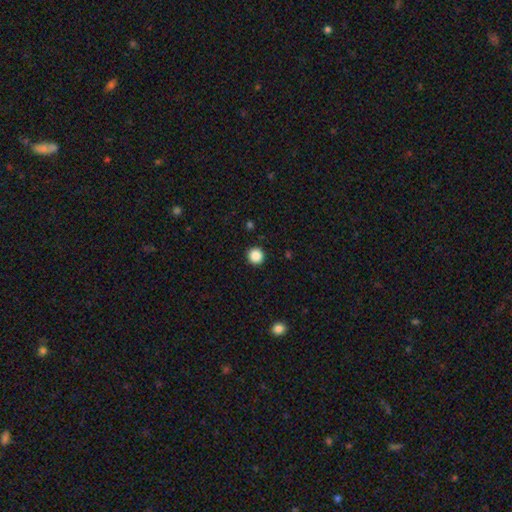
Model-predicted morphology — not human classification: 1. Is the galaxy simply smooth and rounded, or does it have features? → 88% smooth, 10% star or artifact, 3% featured or disk.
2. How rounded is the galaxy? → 95% round, 4% in between, 1% cigar-shaped.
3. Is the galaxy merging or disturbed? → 93% none, 4% minor disturbance, 2% major disturbance, 1% merger.